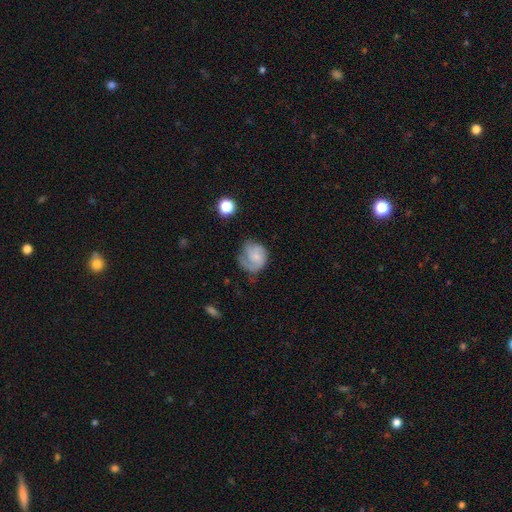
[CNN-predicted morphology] Smooth or featured?
  - featured or disk: 51% *
  - smooth: 41%
  - star or artifact: 8%
Edge-on disk?
  - no: 98% *
  - yes: 2%
Bar?
  - no: 74% *
  - weak: 22%
  - strong: 3%
Spiral arms?
  - yes: 78% *
  - no: 22%
Bulge size?
  - small: 62% *
  - moderate: 20%
  - none: 15%
  - large: 2%
  - dominant: 1%
Merging?
  - none: 42% *
  - minor disturbance: 30%
  - major disturbance: 26%
  - merger: 3%